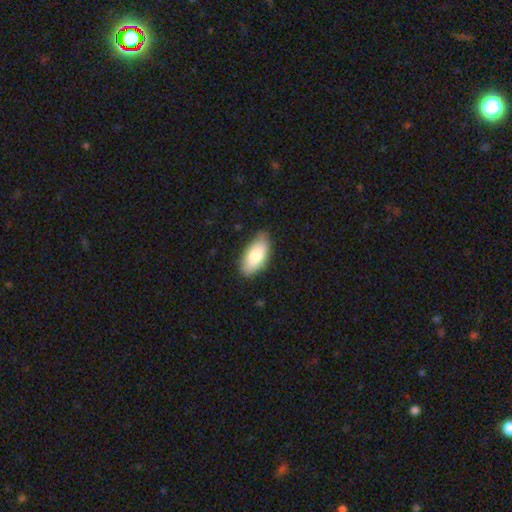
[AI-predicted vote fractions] Morphology: type=smooth (80%); roundness=in between (92%); merging=none (76%).